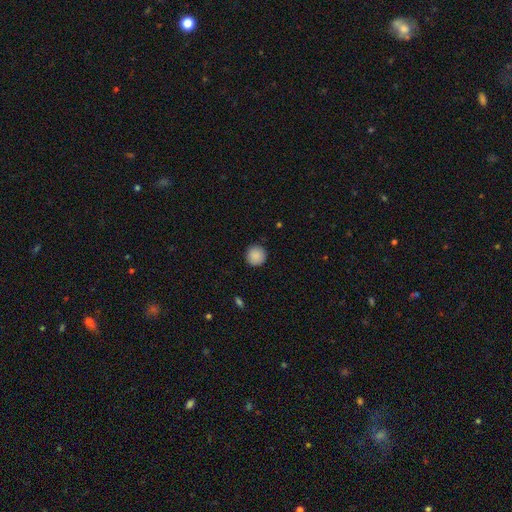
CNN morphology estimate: smooth 89%, star or artifact 8%, featured or disk 3%. Down the decision tree: how rounded — round (95%); merging — none (91%).